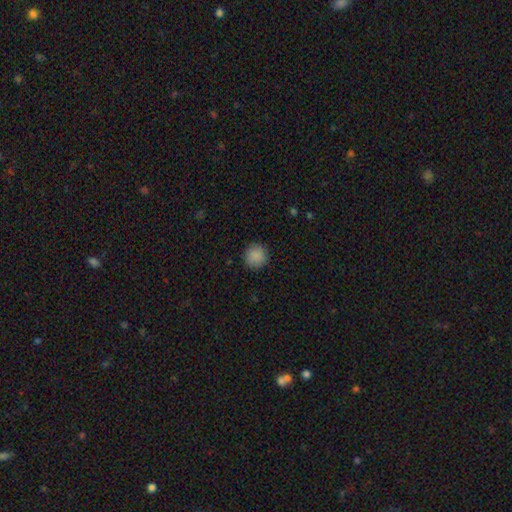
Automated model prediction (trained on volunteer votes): This appears to be a smooth galaxy with no disk features (88%) that is round (94%). Merging: none (91%).